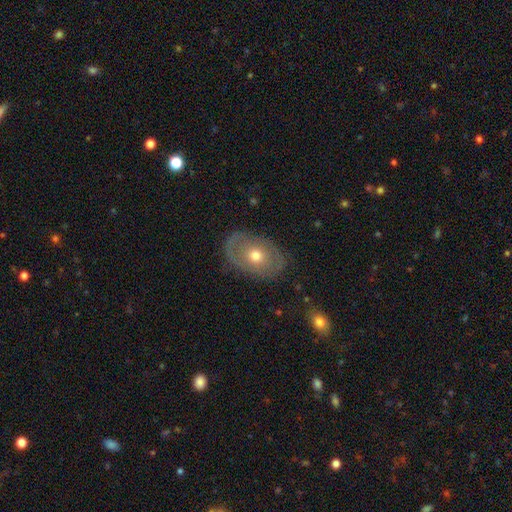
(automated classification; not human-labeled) Q: Smooth or featured?
A: featured or disk (50%); runner-up: smooth (43%)
Q: Merging?
A: none (80%); runner-up: minor disturbance (14%)